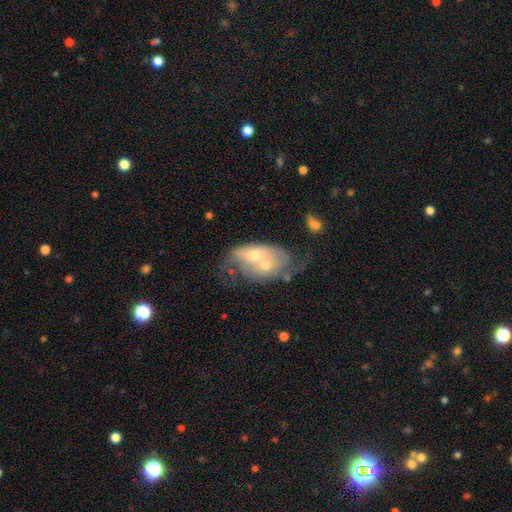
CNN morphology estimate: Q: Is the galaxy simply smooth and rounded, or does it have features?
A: featured or disk — 58%.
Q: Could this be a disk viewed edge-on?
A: no — 93%.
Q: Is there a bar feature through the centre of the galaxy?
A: no — 80%.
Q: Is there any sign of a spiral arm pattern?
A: no — 56%.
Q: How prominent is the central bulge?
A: moderate — 56%.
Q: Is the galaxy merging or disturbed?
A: merger — 62%.